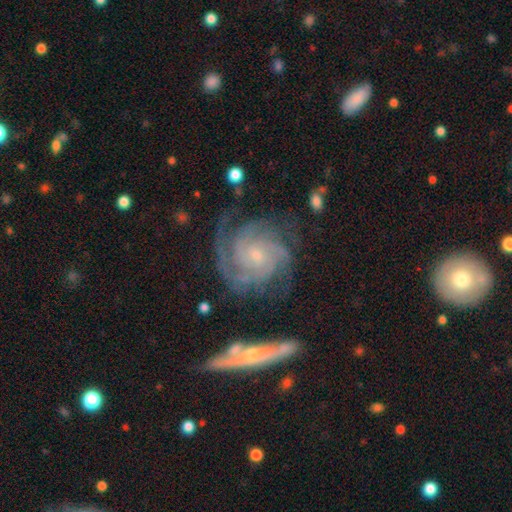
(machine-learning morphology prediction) A featured or disk galaxy (89%) with no bar (70%), 3 (34%) tight (71%) spiral arms (98%) and a small central bulge (74%). Merging: none (68%).